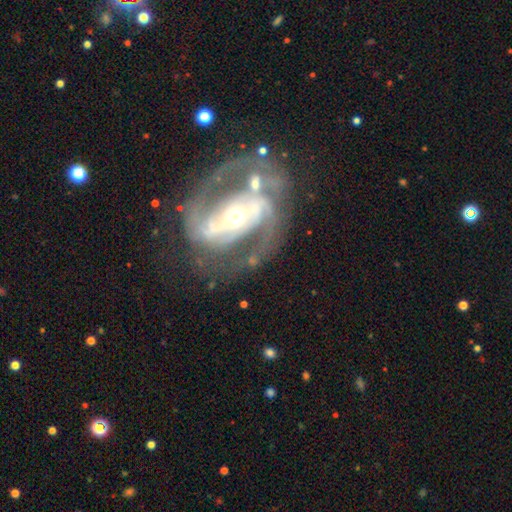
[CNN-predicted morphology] Smooth or featured? featured or disk (88%)
Edge-on disk? no (96%)
Bar? strong (58%)
Spiral arms? yes (92%)
Spiral winding? medium (51%)
Spiral arm count? 2 (85%)
Bulge size? small (47%)
Merging? none (66%)